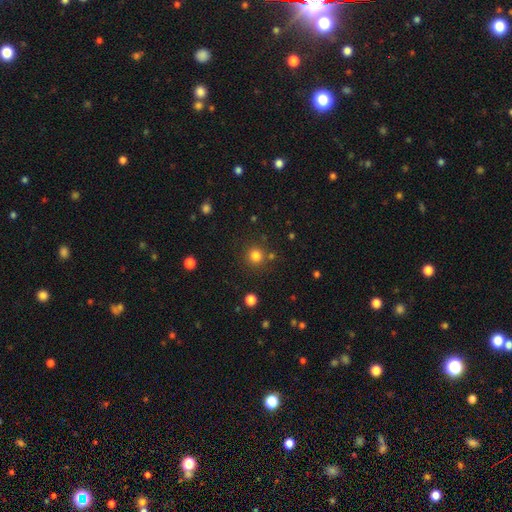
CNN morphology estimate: This appears to be a smooth galaxy with no disk features (80%) that is round (94%). Merging: none (84%).